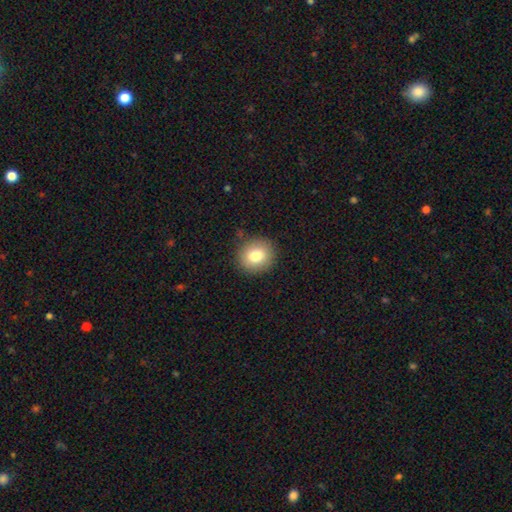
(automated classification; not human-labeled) smooth-or-featured: smooth: 81% | featured or disk: 10% | star or artifact: 10%
  how-rounded: round: 81% | in between: 18% | cigar-shaped: 1%
  merging: none: 87% | minor disturbance: 9% | major disturbance: 3% | merger: 1%